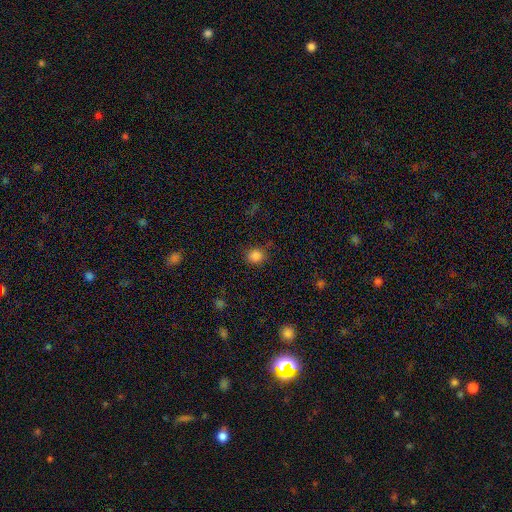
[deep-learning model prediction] This appears to be a smooth galaxy with no disk features (84%) that is round (74%). Merging: none (82%).